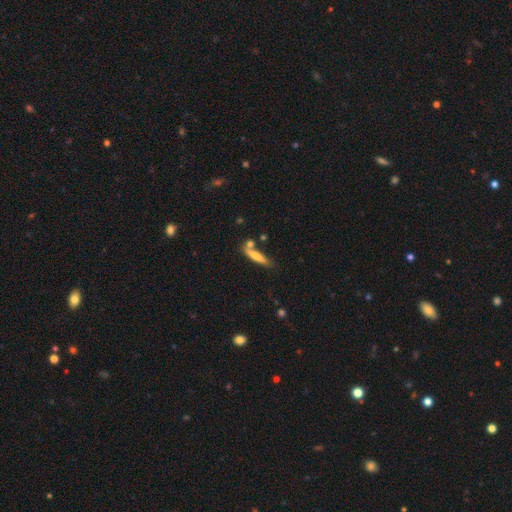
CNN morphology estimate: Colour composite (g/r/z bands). It shows a smooth galaxy with no disk features (68%) that is cigar-shaped (84%). Merging: none (60%).